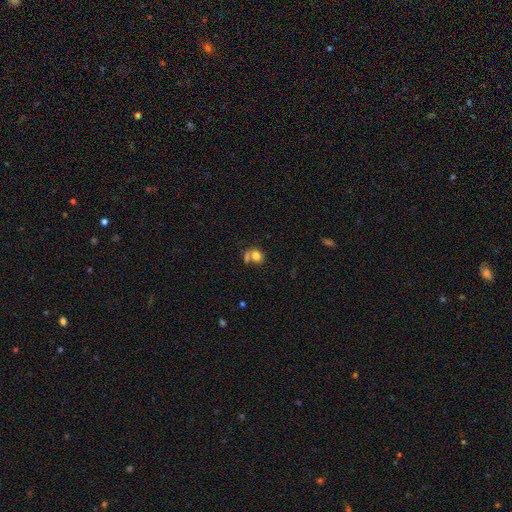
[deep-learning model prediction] smooth 77%, featured or disk 12%, star or artifact 11%. Down the decision tree: how rounded — round (52%); merging — none (46%).